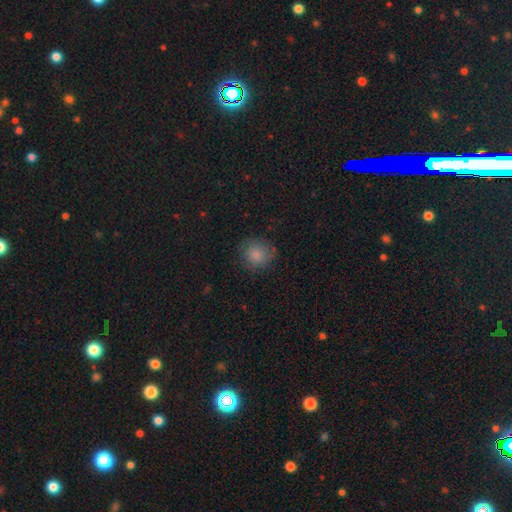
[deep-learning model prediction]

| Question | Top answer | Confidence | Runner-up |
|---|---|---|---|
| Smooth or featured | smooth | 85% | star or artifact (9%) |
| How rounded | round | 91% | in between (8%) |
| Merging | none | 81% | minor disturbance (14%) |